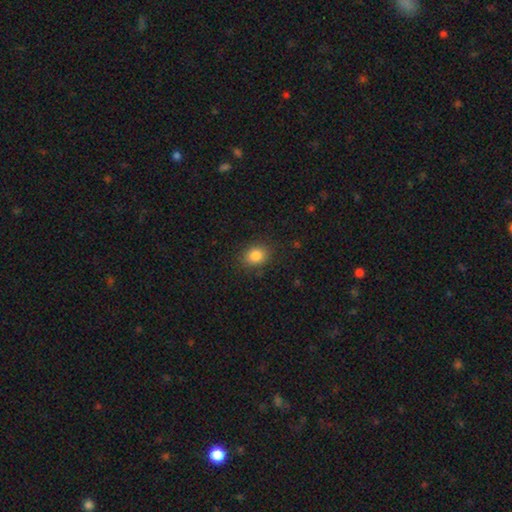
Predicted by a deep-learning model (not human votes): smooth_or_featured: smooth (p=0.84) [alt: star or artifact p=0.10]
how_rounded: round (p=0.51) [alt: in between p=0.48]
merging: none (p=0.85) [alt: minor disturbance p=0.11]